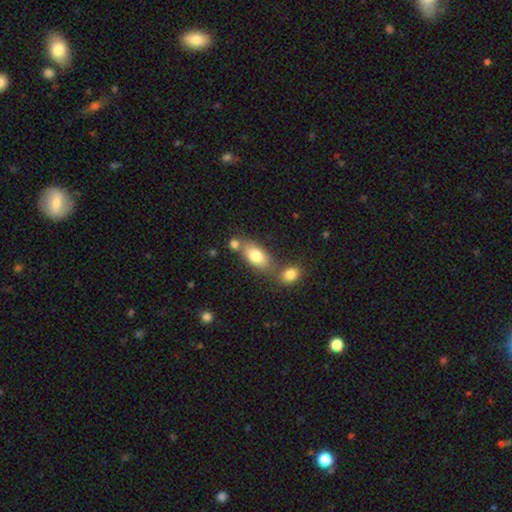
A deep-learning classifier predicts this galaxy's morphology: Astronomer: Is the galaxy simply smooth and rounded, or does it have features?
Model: smooth — 79%.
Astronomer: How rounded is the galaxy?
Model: in between — 86%.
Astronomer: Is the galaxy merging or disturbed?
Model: none — 49% (runner-up: merger, 34%).